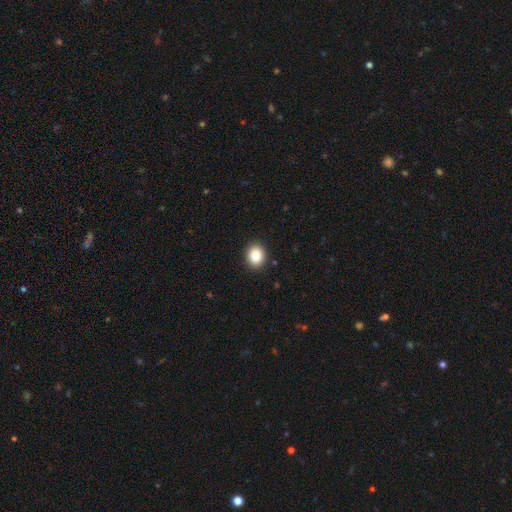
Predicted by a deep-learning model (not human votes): This is clearly a smooth galaxy (87%). How rounded: possibly round (56%). Merging: clearly none (91%).